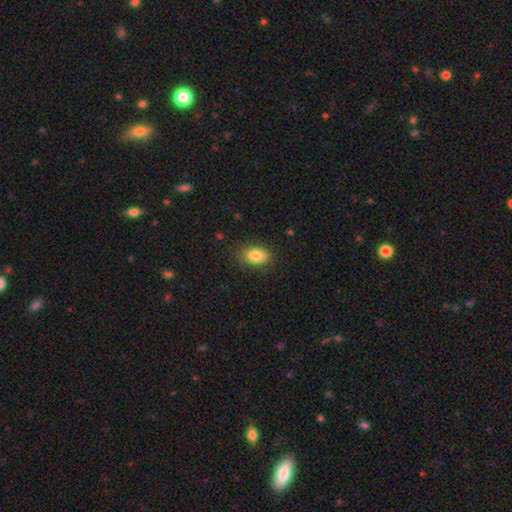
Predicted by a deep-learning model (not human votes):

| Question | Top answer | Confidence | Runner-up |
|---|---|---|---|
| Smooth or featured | smooth | 83% | star or artifact (9%) |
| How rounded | in between | 84% | round (14%) |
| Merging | none | 84% | minor disturbance (12%) |